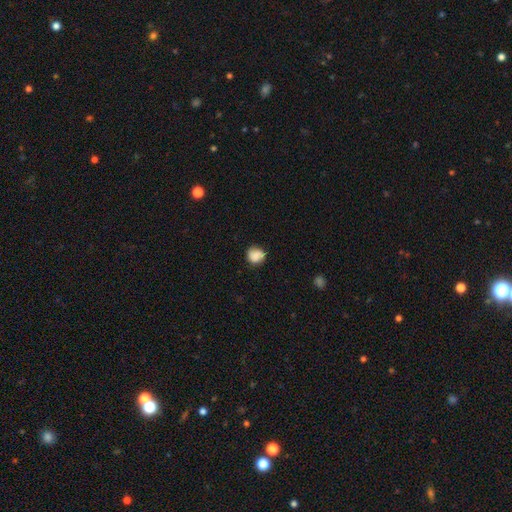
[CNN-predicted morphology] smooth 76%, featured or disk 14%, star or artifact 9%. Down the decision tree: how rounded — round (78%); merging — none (67%).